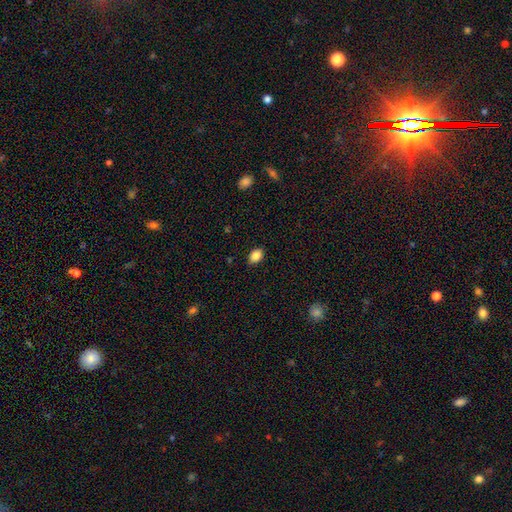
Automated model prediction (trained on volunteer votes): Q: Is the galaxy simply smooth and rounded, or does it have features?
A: smooth — 86%.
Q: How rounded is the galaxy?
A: in between — 81%.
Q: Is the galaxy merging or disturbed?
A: none — 87%.